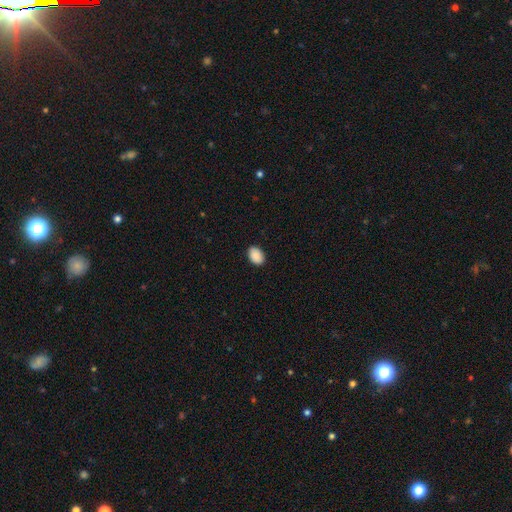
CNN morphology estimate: Smooth or featured? smooth (90%)
How rounded? in between (83%)
Merging? none (89%)